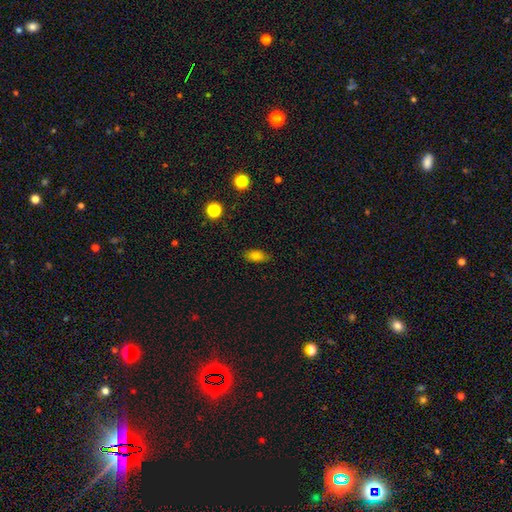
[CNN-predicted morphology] The model was most divided on "smooth or featured": smooth: 79%, star or artifact: 11%, featured or disk: 10%. More confident: how rounded — in between (87%); merging — none (83%).